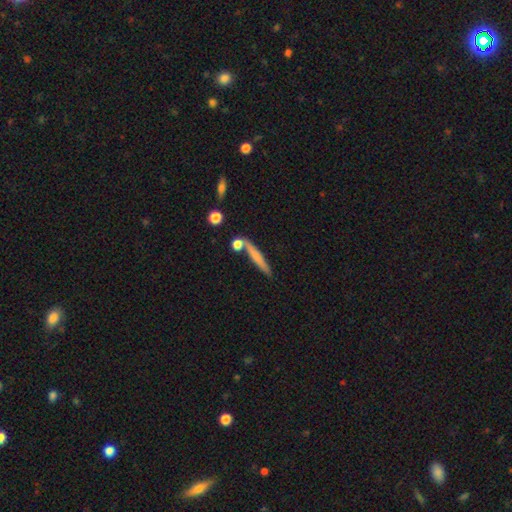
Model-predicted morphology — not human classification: Smooth or featured?
  - smooth: 59% *
  - featured or disk: 33%
  - star or artifact: 8%
How rounded?
  - cigar-shaped: 89% *
  - in between: 7%
  - round: 4%
Merging?
  - none: 71% *
  - merger: 13%
  - minor disturbance: 13%
  - major disturbance: 4%